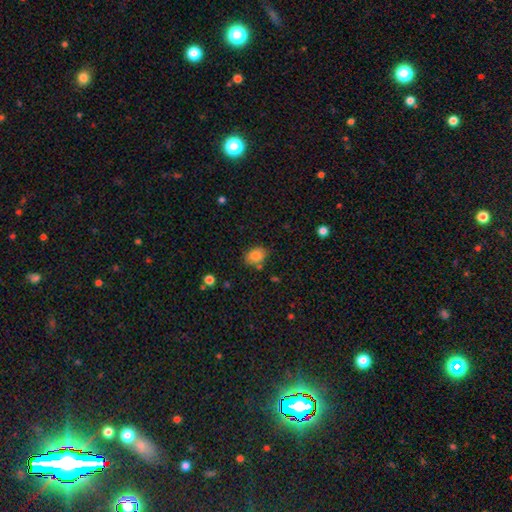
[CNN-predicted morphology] This appears to be a smooth galaxy with no disk features (82%) that is in between round and cigar-shaped (66%). Merging: none (74%).